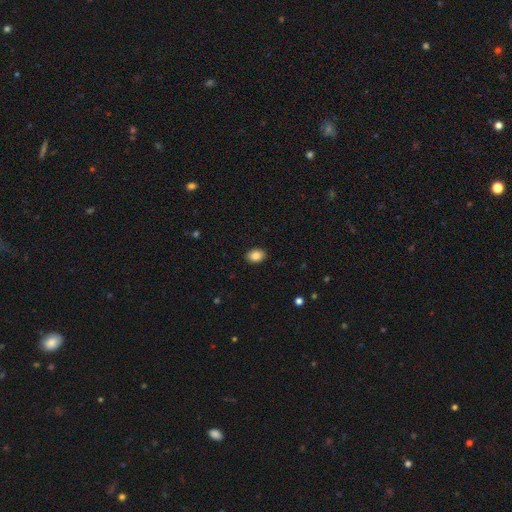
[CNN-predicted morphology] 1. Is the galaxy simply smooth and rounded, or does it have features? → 86% smooth, 8% star or artifact, 6% featured or disk.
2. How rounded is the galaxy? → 77% in between, 22% round, 1% cigar-shaped.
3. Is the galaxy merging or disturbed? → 90% none, 7% minor disturbance, 2% major disturbance, 1% merger.